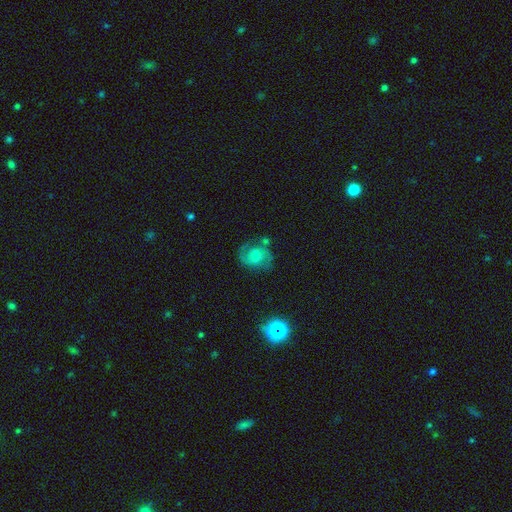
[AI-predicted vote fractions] Smooth or featured: featured or disk — 70% (smooth — 20%)
Edge-on disk: no — 98% (yes — 2%)
Bar: no — 59% (weak — 35%)
Spiral arms: yes — 93% (no — 7%)
Spiral winding: medium — 54% (loose — 24%)
Spiral arm count: 2 — 88% (can't tell — 5%)
Bulge size: small — 34% (tied with moderate — 34%)
Merging: none — 68% (minor disturbance — 18%)